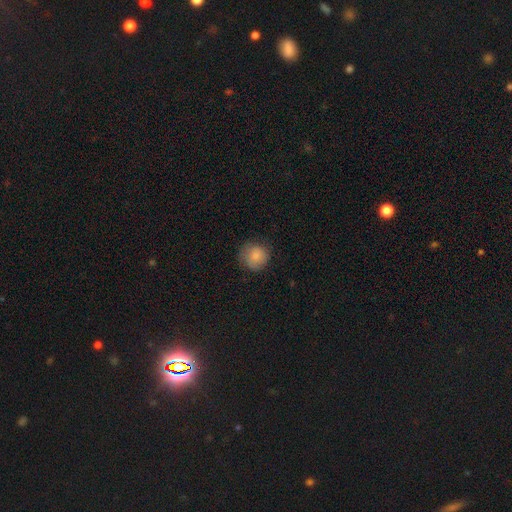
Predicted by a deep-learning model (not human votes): This is clearly a smooth galaxy (85%). How rounded: clearly round (90%). Merging: likely none (76%).